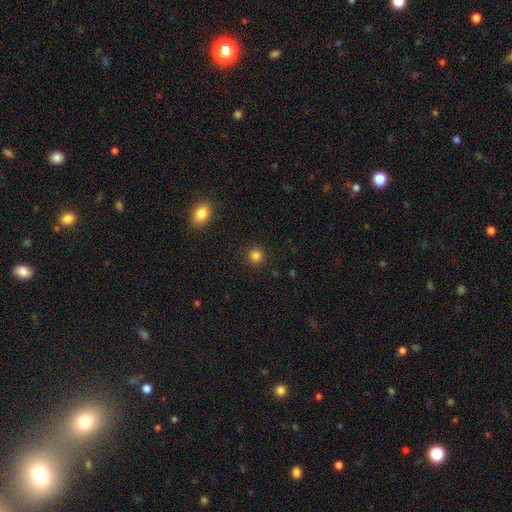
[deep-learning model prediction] smooth_or_featured: smooth (p=0.82) [alt: star or artifact p=0.14]
how_rounded: round (p=0.92) [alt: in between p=0.07]
merging: none (p=0.91) [alt: minor disturbance p=0.05]